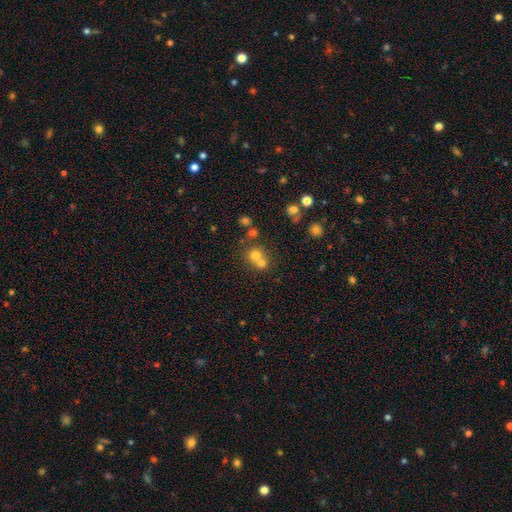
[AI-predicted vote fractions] This is likely a smooth galaxy (69%). How rounded: clearly round (83%). Merging: possibly merger (52%).